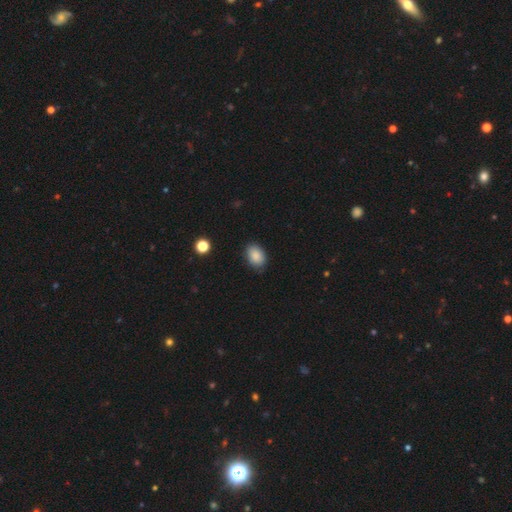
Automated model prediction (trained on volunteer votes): The model was most divided on "how rounded": in between: 83%, round: 16%, cigar-shaped: 1%. More confident: smooth or featured — smooth (88%); merging — none (82%).